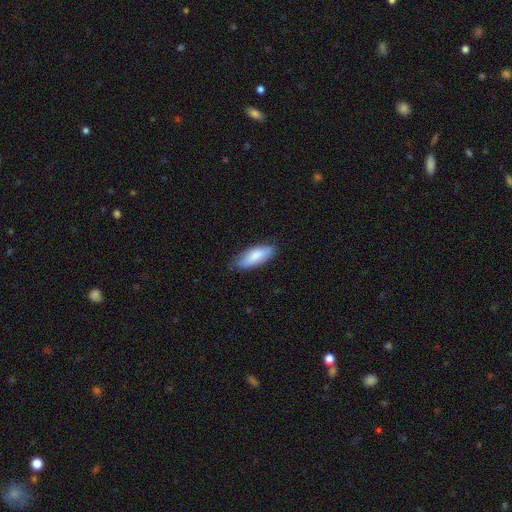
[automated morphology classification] This appears to be a smooth galaxy with no disk features (82%) that is in between round and cigar-shaped (72%). Merging: none (79%).